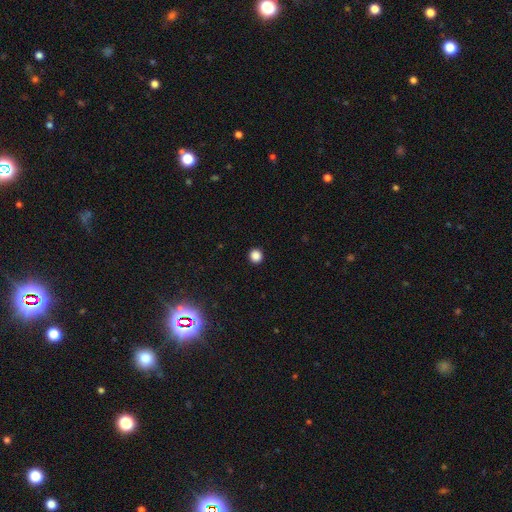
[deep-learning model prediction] This appears to be a smooth galaxy with no disk features (86%) that is round (93%). Merging: none (93%).